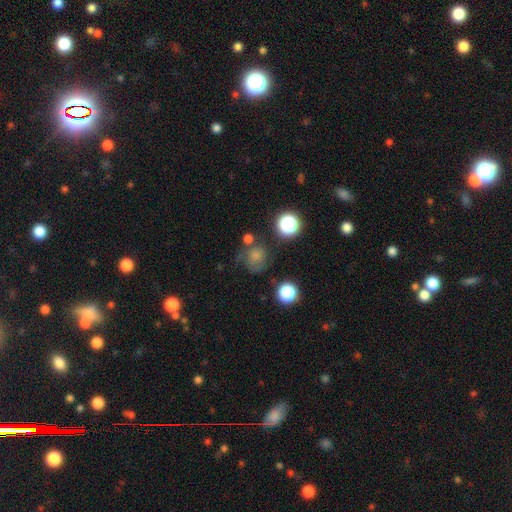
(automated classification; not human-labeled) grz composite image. It shows a smooth galaxy with no disk features (67%) that is round (81%). Merging: none (54%).